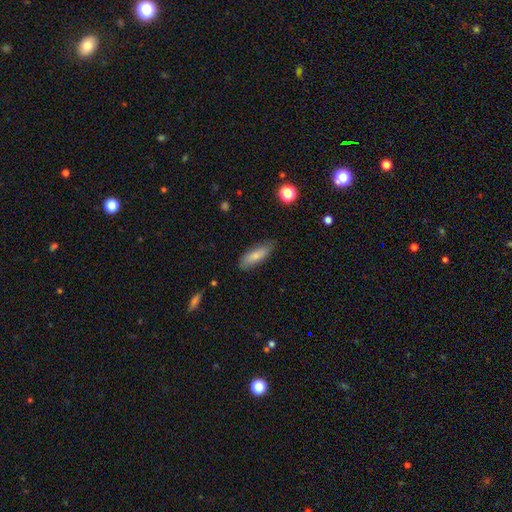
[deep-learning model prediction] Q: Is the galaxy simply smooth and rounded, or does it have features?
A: smooth — 77%.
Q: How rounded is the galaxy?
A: in between — 55%.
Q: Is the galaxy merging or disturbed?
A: none — 82%.